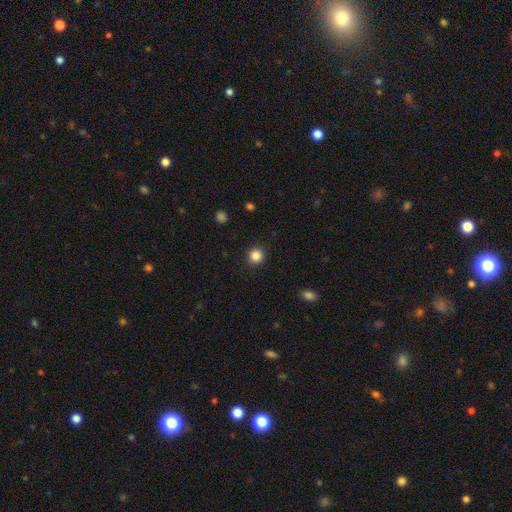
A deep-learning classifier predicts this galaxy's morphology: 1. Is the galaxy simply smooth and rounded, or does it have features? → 86% smooth, 11% star or artifact, 3% featured or disk.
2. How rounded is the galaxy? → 92% round, 7% in between, 1% cigar-shaped.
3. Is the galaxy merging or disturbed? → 91% none, 6% minor disturbance, 2% major disturbance, 1% merger.